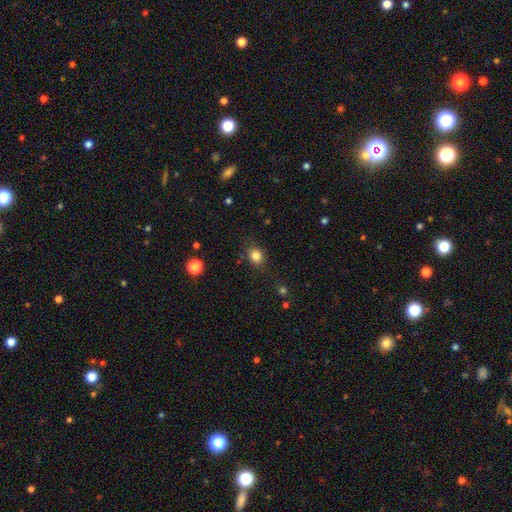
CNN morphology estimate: Smooth or featured?
  - smooth: 82% *
  - star or artifact: 12%
  - featured or disk: 6%
How rounded?
  - round: 65% *
  - in between: 34%
  - cigar-shaped: 1%
Merging?
  - none: 80% *
  - minor disturbance: 13%
  - major disturbance: 4%
  - merger: 2%